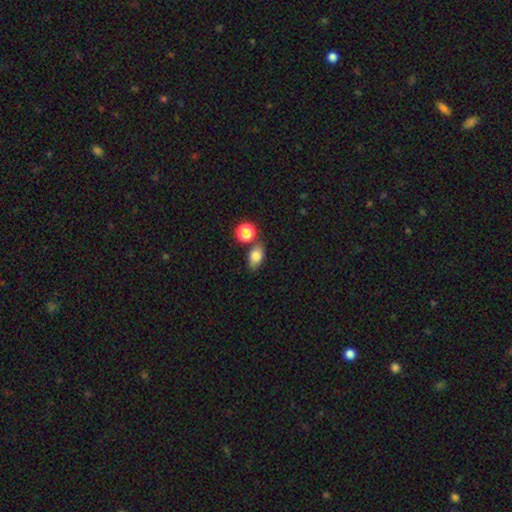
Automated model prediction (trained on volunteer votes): Morphology: type=smooth (80%); roundness=in between (79%); merging=none (66%).